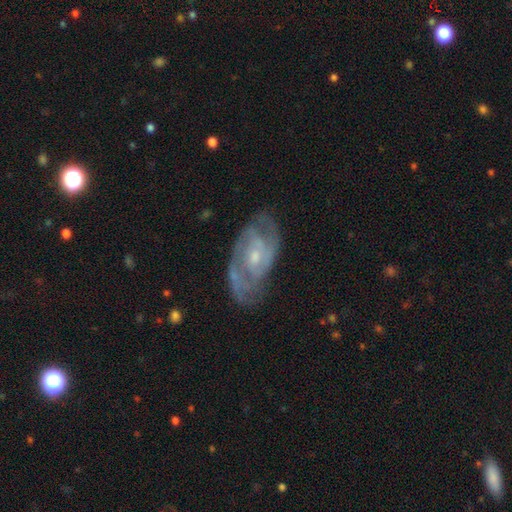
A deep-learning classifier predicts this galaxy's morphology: smooth_or_featured: featured or disk (p=0.83) [alt: smooth p=0.12]
disk_edge_on: no (p=0.95) [alt: yes p=0.05]
bar: no (p=0.55) [alt: weak p=0.38]
has_spiral_arms: yes (p=0.91) [alt: no p=0.09]
spiral_winding: tight (p=0.47) [alt: medium p=0.42]
spiral_arm_count: 2 (p=0.57) [alt: can't tell p=0.23]
bulge_size: small (p=0.52) [alt: moderate p=0.42]
merging: none (p=0.69) [alt: minor disturbance p=0.21]